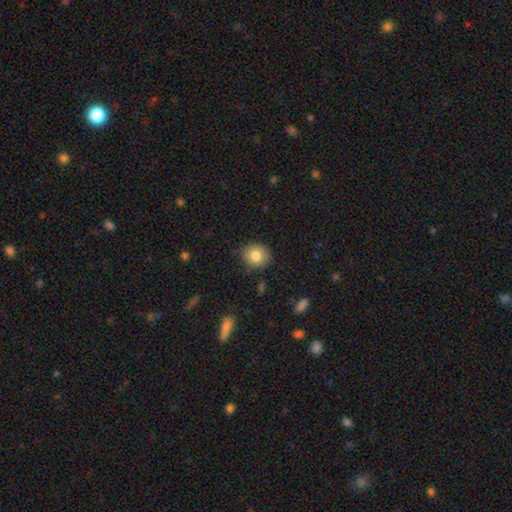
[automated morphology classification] type=smooth (81%); roundness=round (77%); merging=none (82%).